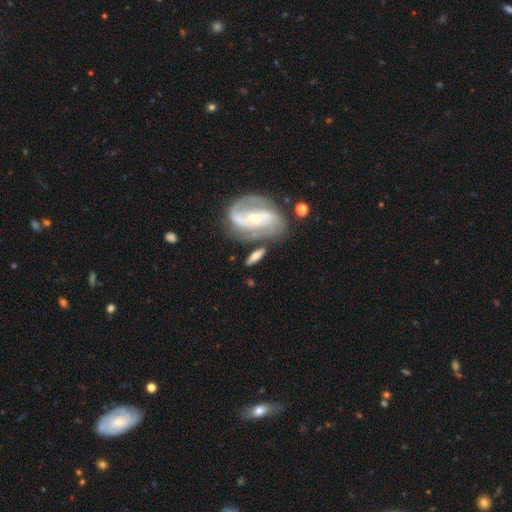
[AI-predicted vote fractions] Smooth or featured: featured or disk — 56% (smooth — 37%)
Edge-on disk: no — 83% (yes — 17%)
Merging: none — 65% (minor disturbance — 16%)